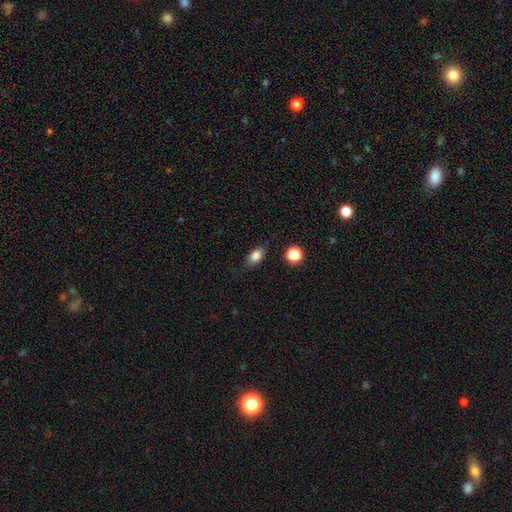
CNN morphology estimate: Smooth or featured? Predicted: smooth (p=0.82). How rounded? Predicted: in between (p=0.79). Merging? Predicted: none (p=0.78).